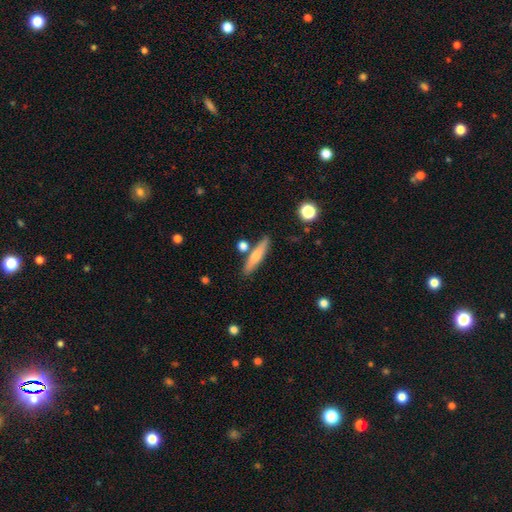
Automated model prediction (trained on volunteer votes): The model was most divided on "smooth or featured": smooth: 61%, featured or disk: 33%, star or artifact: 6%. More confident: how rounded — cigar-shaped (84%); merging — none (79%).